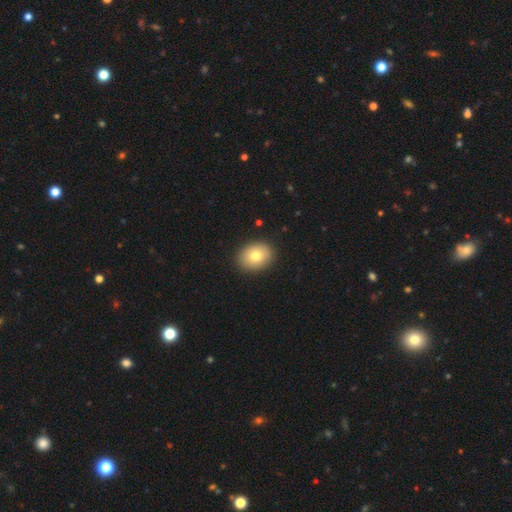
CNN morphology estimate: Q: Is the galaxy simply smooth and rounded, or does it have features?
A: smooth — 78%.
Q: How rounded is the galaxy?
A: in between — 59%.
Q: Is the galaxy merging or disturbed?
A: none — 90%.